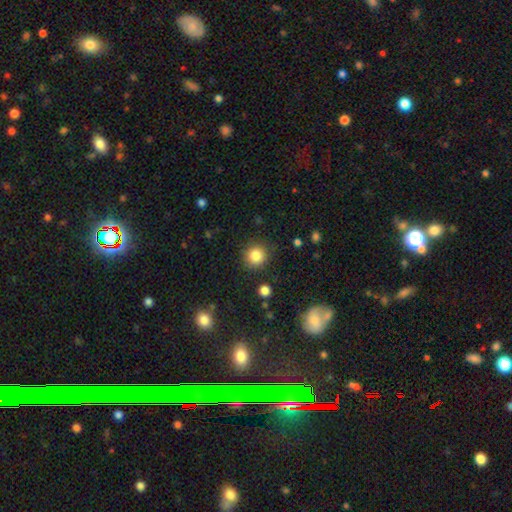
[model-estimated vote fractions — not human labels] smooth_or_featured: smooth (p=0.85) [alt: star or artifact p=0.10]
how_rounded: round (p=0.92) [alt: in between p=0.07]
merging: none (p=0.88) [alt: minor disturbance p=0.07]